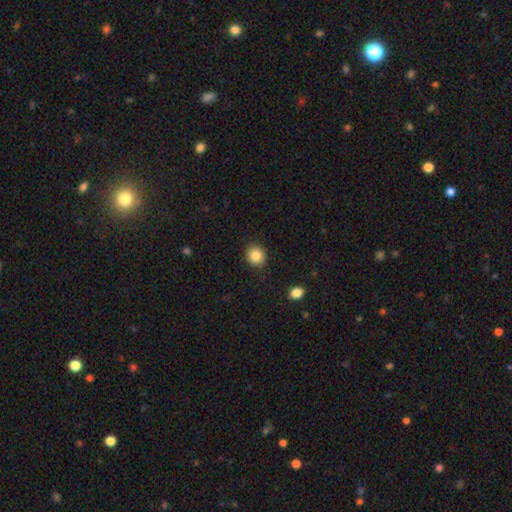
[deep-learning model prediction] A smooth galaxy with no disk features (85%) that is round (80%). Merging: none (89%).